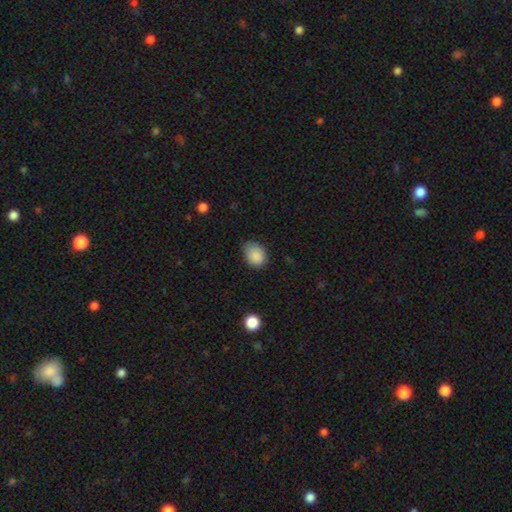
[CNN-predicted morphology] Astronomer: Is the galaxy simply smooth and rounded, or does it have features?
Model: smooth — 87%.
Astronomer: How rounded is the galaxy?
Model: in between — 59% (runner-up: round, 40%).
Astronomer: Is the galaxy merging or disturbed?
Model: none — 65%.